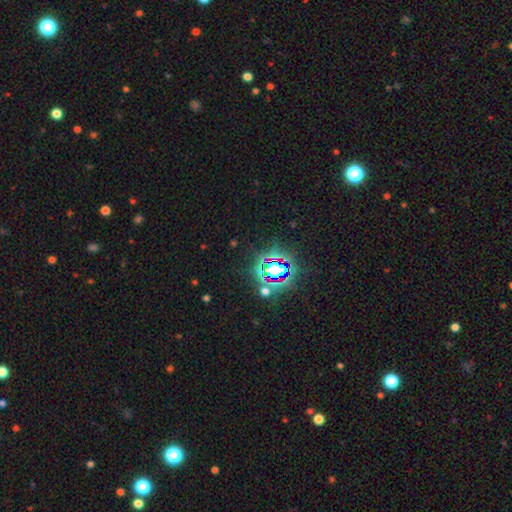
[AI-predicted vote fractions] This is clearly a star or artifact rather than a galaxy (82%).